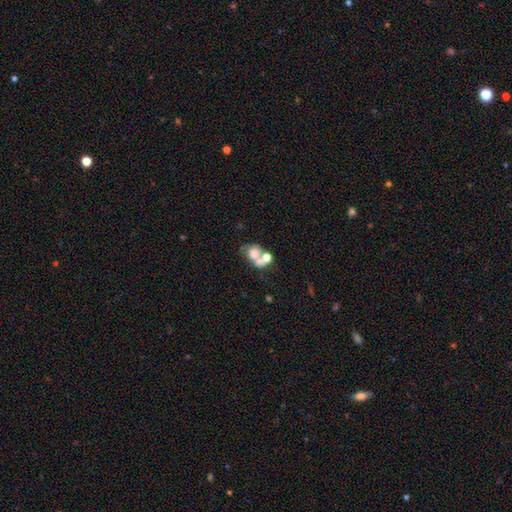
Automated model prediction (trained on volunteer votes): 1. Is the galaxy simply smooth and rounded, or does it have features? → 51% smooth, 36% featured or disk, 13% star or artifact.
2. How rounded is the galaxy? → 55% in between, 44% round, 1% cigar-shaped.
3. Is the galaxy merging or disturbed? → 60% merger, 20% none, 11% major disturbance, 9% minor disturbance.